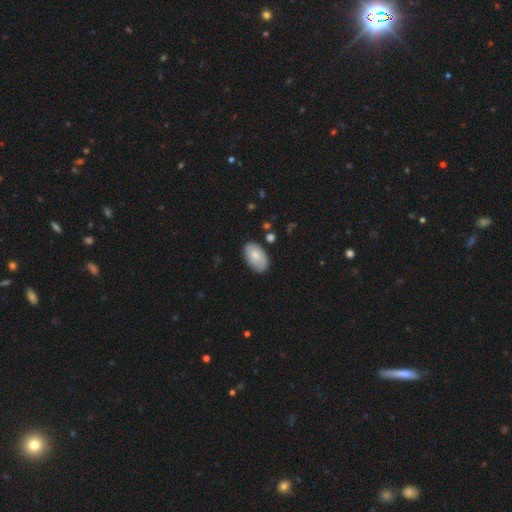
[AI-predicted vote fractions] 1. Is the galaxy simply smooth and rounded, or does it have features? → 74% smooth, 20% featured or disk, 6% star or artifact.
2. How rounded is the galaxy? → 93% in between, 5% round, 1% cigar-shaped.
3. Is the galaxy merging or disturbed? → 78% none, 16% minor disturbance, 3% major disturbance, 2% merger.